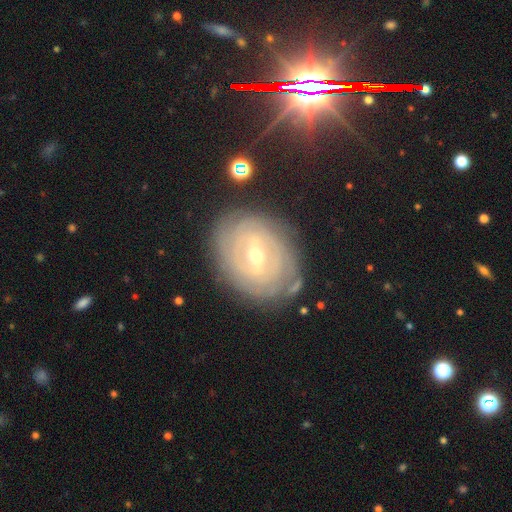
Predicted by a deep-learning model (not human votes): A featured or disk galaxy (84%) with a weak bar (50%), tight (80%) spiral arms (89%) and a small central bulge (59%).

Vote fractions:
- Smooth or featured? featured or disk: 84% / smooth: 10% / star or artifact: 6%
- Edge-on disk? no: 96% / yes: 4%
- Bar? weak: 50% / strong: 35% / no: 15%
- Spiral arms? yes: 89% / no: 11%
- Spiral winding? tight: 80% / medium: 15% / loose: 4%
- Spiral arm count? can't tell: 48% / 2: 19% / 3: 12% / 4: 11% / more than 4: 6% / 1: 5%
- Bulge size? small: 59% / moderate: 39% / large: 1% / none: 1% / dominant: 1%
- Merging? none: 78% / minor disturbance: 15% / major disturbance: 5% / merger: 2%